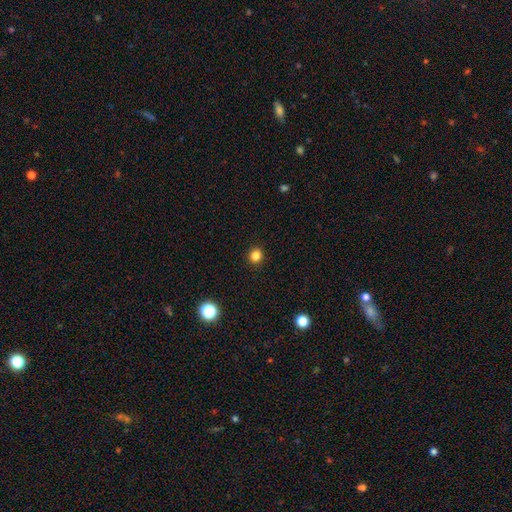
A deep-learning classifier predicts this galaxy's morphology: A smooth galaxy with no disk features (83%) that is round (86%).

Vote fractions:
- Smooth or featured? smooth: 83% / star or artifact: 13% / featured or disk: 4%
- How rounded? round: 86% / in between: 13% / cigar-shaped: 1%
- Merging? none: 92% / minor disturbance: 5% / major disturbance: 2% / merger: 1%